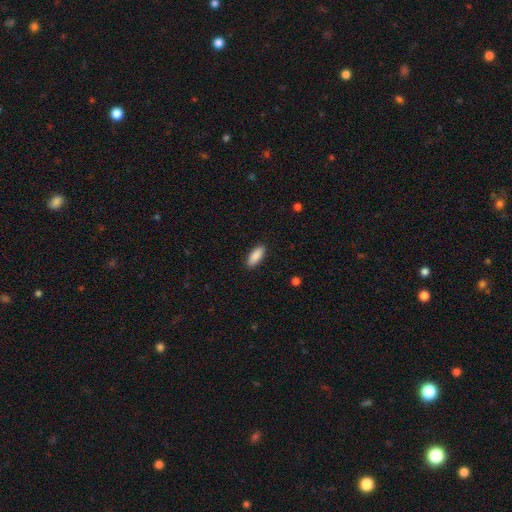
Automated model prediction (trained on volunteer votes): Smooth or featured? smooth (90%)
How rounded? in between (76%)
Merging? none (89%)